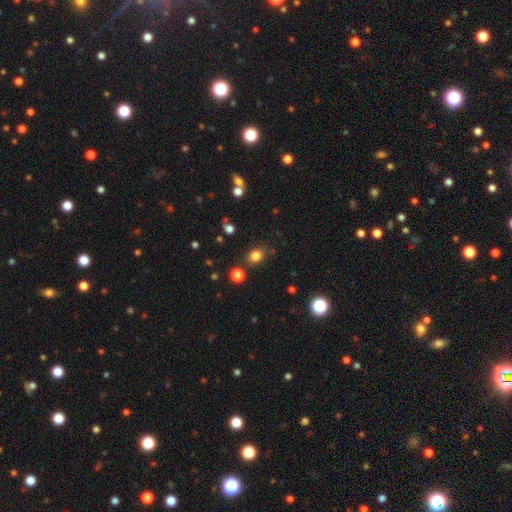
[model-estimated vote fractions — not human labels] Morphology: type=smooth (81%); roundness=round (59%); merging=none (79%).